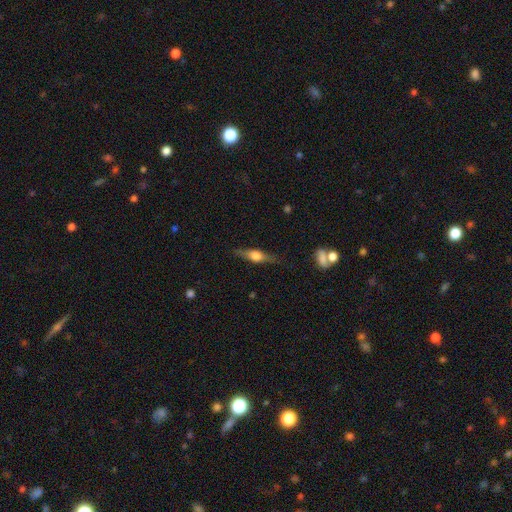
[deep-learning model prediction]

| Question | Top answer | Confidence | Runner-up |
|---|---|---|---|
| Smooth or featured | featured or disk | 62% | smooth (31%) |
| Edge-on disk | yes | 95% | no (5%) |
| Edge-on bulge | rounded | 90% | boxy (8%) |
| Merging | none | 83% | minor disturbance (12%) |